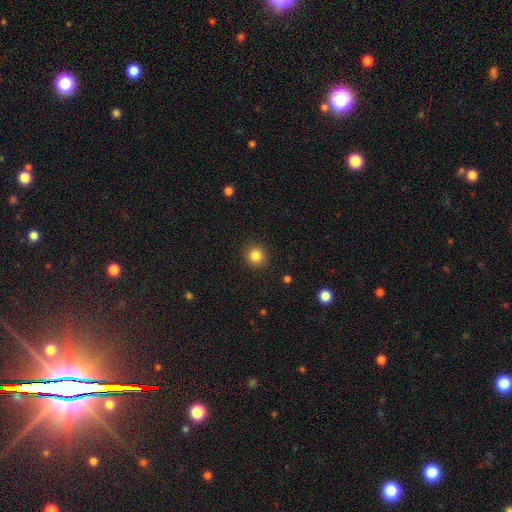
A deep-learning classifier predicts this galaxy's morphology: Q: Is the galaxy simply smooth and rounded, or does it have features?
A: smooth — 85%.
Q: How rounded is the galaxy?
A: round — 91%.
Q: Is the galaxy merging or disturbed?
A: none — 91%.